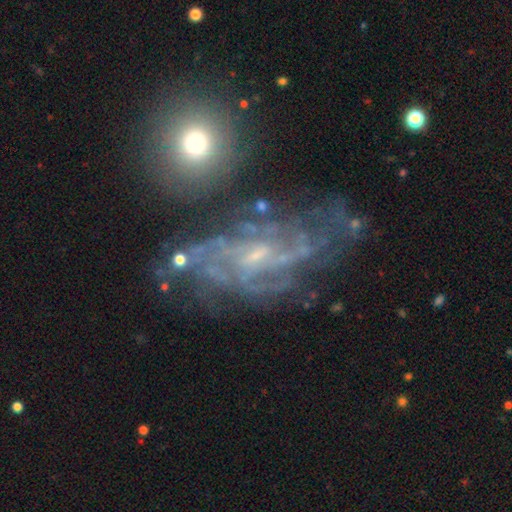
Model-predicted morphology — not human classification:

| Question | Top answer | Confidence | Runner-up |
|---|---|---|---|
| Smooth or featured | featured or disk | 83% | star or artifact (10%) |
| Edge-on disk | no | 94% | yes (6%) |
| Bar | no | 51% | weak (39%) |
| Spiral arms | yes | 91% | no (9%) |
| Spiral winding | tight | 50% | medium (37%) |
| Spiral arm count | can't tell | 40% | 3 (16%) |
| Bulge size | small | 69% | moderate (20%) |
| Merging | none | 59% | minor disturbance (20%) |